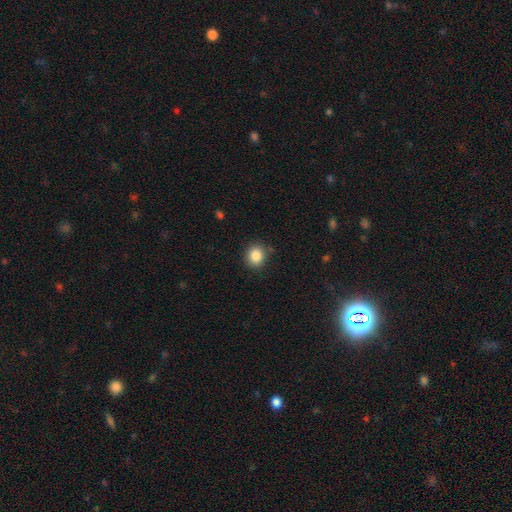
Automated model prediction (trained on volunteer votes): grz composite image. It shows a smooth galaxy with no disk features (86%) that is round (68%). Merging: none (86%).